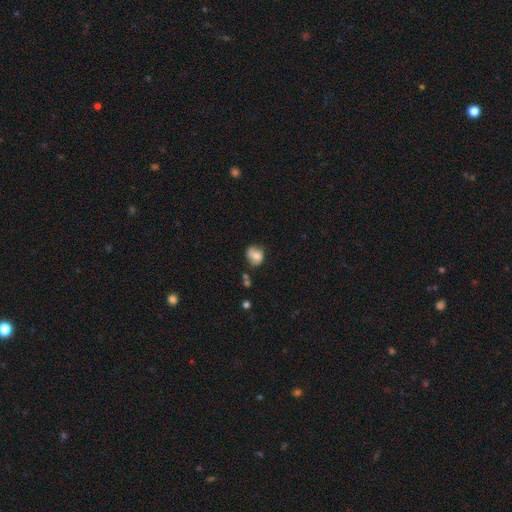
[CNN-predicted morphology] Overall: smooth (63%; featured or disk 28%). How rounded: round (61%; in between 38%). Merging: none (53%; minor disturbance 29%).